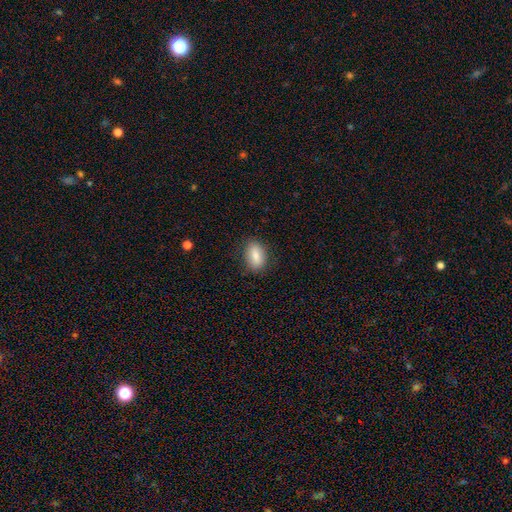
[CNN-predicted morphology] smooth 81%, featured or disk 11%, star or artifact 7%. Down the decision tree: how rounded — in between (86%); merging — none (84%).